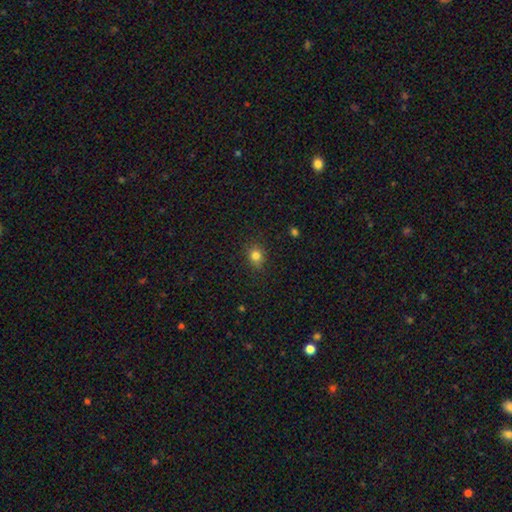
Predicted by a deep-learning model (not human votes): The model was most divided on "how rounded": round: 73%, in between: 26%, cigar-shaped: 1%. More confident: merging — none (87%); smooth or featured — smooth (81%).